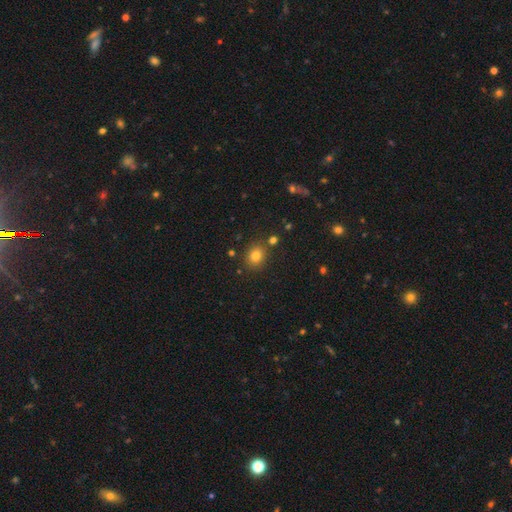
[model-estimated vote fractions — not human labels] smooth_or_featured: smooth (p=0.80) [alt: star or artifact p=0.13]
how_rounded: round (p=0.67) [alt: in between p=0.32]
merging: none (p=0.80) [alt: minor disturbance p=0.10]